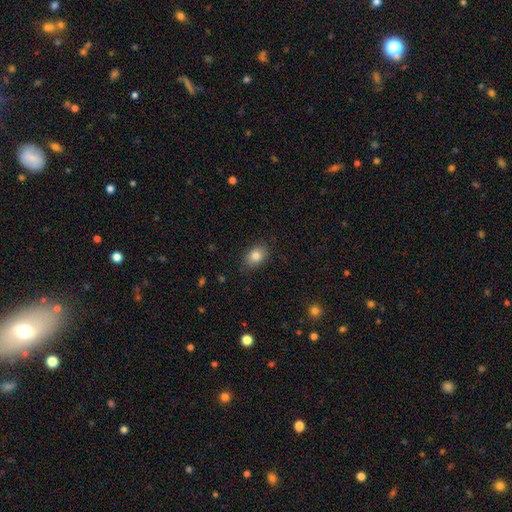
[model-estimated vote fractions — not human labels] A smooth galaxy with no disk features (83%) that is in between round and cigar-shaped (72%).

Vote fractions:
- Smooth or featured? smooth: 83% / star or artifact: 9% / featured or disk: 8%
- How rounded? in between: 72% / round: 27% / cigar-shaped: 1%
- Merging? none: 85% / minor disturbance: 12% / major disturbance: 3% / merger: 1%